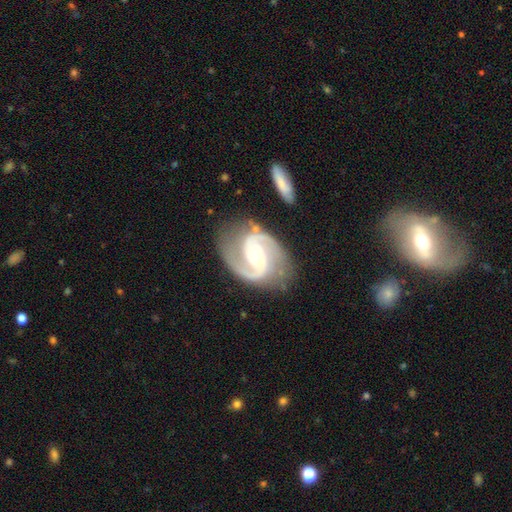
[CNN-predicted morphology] Smooth or featured? featured or disk (93%)
Edge-on disk? no (98%)
Bar? weak (44%)
Spiral arms? yes (98%)
Spiral winding? medium (62%)
Spiral arm count? 2 (92%)
Bulge size? moderate (66%)
Merging? none (74%)